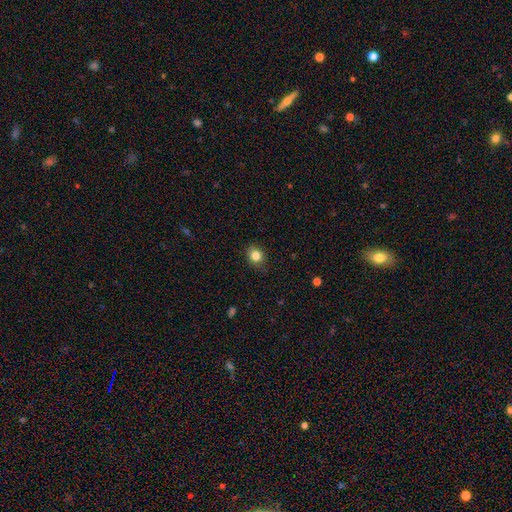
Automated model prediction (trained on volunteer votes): Smooth or featured? smooth (83%)
How rounded? round (68%)
Merging? none (85%)